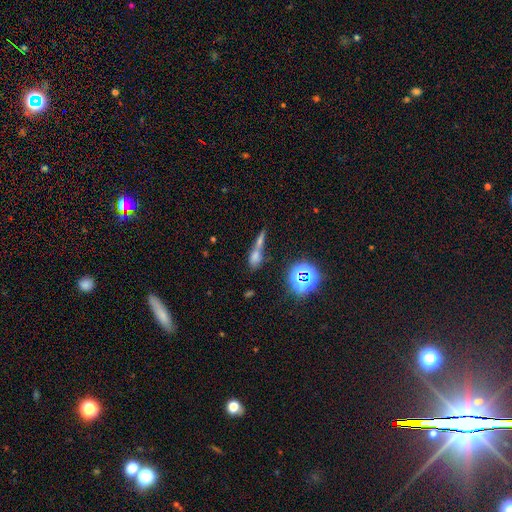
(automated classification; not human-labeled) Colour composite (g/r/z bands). It shows a smooth galaxy with no disk features (56%) that is in between round and cigar-shaped (46%). Merging: merger (48%).